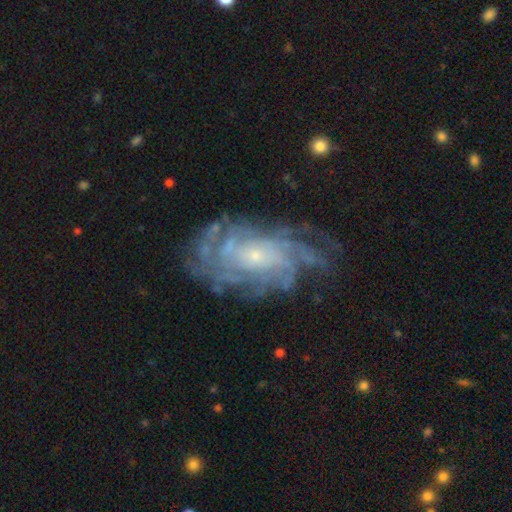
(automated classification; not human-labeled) This is clearly a featured or disk galaxy (86%). It is clearly not viewed edge-on (96%). Bar: likely no (75%). Spiral arm pattern: clearly yes (96%). Spiral arm count: marginally can't tell (30%). Spiral winding: likely tight (68%). Central bulge: likely small (79%). Merging: likely none (72%).